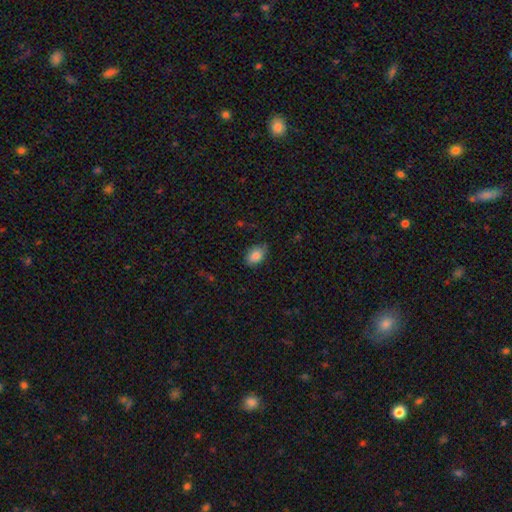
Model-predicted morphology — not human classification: Smooth or featured?
  - smooth: 85% *
  - star or artifact: 8%
  - featured or disk: 7%
How rounded?
  - in between: 85% *
  - round: 14%
  - cigar-shaped: 1%
Merging?
  - none: 77% *
  - minor disturbance: 19%
  - major disturbance: 3%
  - merger: 1%